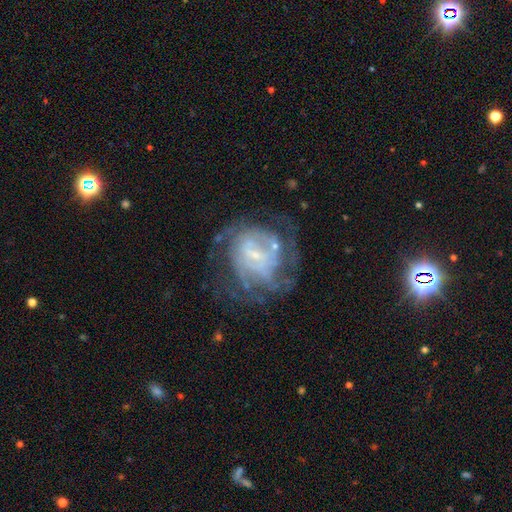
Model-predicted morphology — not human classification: Smooth or featured: featured or disk — 78% (smooth — 13%)
Edge-on disk: no — 97% (yes — 3%)
Bar: weak — 45% (no — 42%)
Spiral arms: yes — 79% (no — 21%)
Spiral winding: tight — 55% (medium — 32%)
Spiral arm count: can't tell — 52% (2 — 15%)
Bulge size: small — 70% (moderate — 15%)
Merging: none — 56% (major disturbance — 21%)